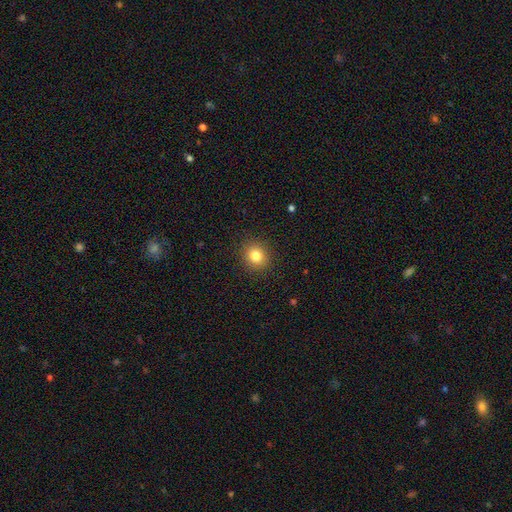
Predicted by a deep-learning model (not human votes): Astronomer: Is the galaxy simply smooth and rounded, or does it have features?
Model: smooth — 82%.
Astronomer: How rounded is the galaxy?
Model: round — 83%.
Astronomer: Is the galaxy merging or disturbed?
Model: none — 90%.